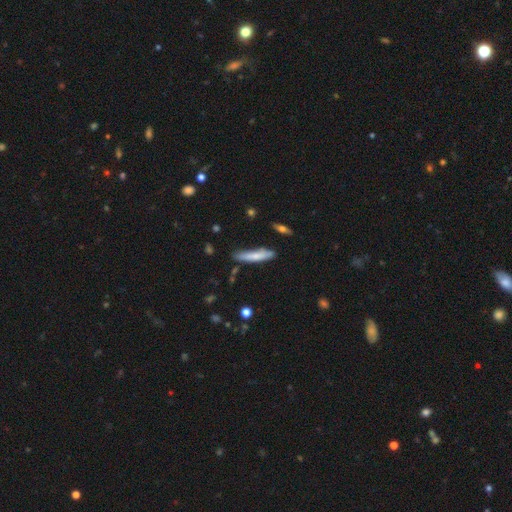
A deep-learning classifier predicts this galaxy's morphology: type=smooth (73%); roundness=cigar-shaped (88%); merging=none (78%).